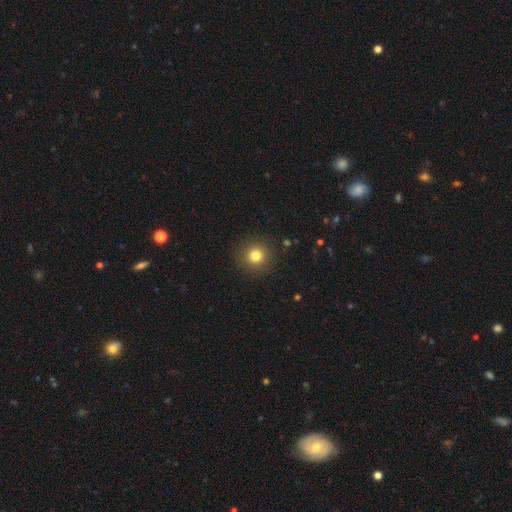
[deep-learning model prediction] The model was most divided on "smooth or featured": smooth: 80%, star or artifact: 13%, featured or disk: 7%. More confident: how rounded — round (94%); merging — none (91%).